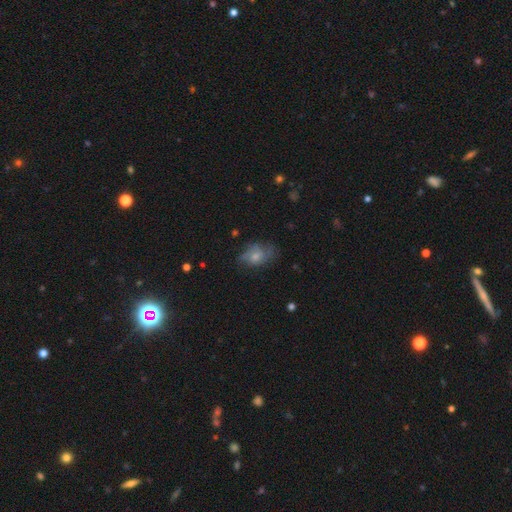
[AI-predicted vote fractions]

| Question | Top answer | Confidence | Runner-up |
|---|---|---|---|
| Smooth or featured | smooth | 47% | featured or disk (43%) |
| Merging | none | 48% | minor disturbance (28%) |